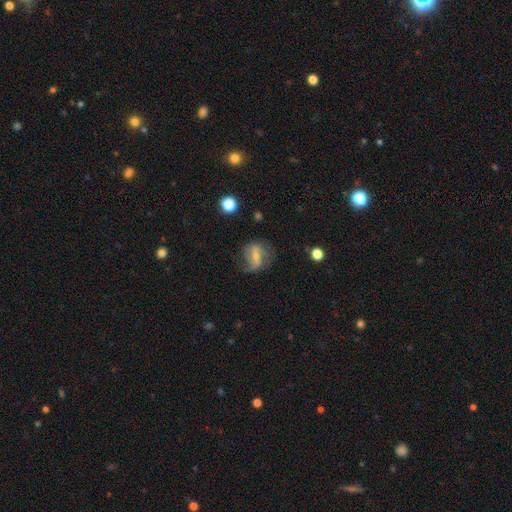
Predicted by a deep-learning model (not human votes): smooth_or_featured: featured or disk (p=0.59) [alt: smooth p=0.32]
disk_edge_on: no (p=0.93) [alt: yes p=0.07]
bar: strong (p=0.42) [alt: weak p=0.38]
has_spiral_arms: yes (p=0.73) [alt: no p=0.27]
bulge_size: small (p=0.49) [alt: moderate p=0.37]
merging: none (p=0.52) [alt: minor disturbance p=0.25]